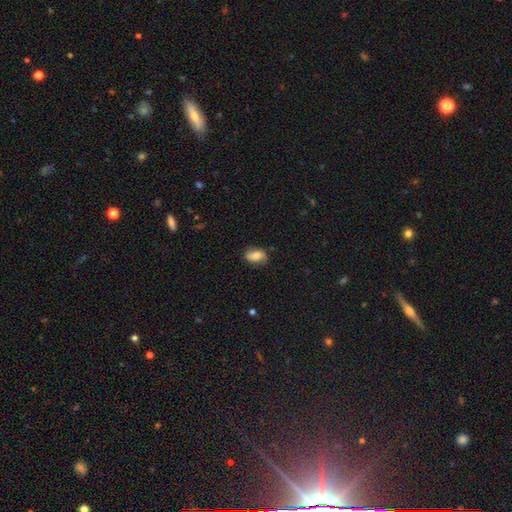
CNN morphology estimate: smooth_or_featured: smooth (p=0.75) [alt: featured or disk p=0.17]
how_rounded: in between (p=0.86) [alt: round p=0.12]
merging: none (p=0.72) [alt: minor disturbance p=0.21]